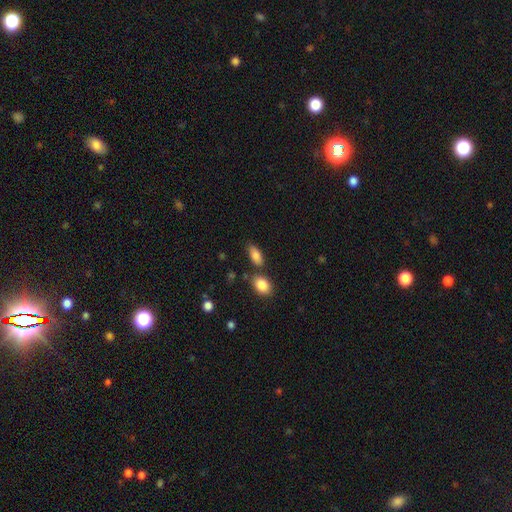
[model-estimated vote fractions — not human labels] Morphology: type=smooth (85%); roundness=in between (88%); merging=none (71%).